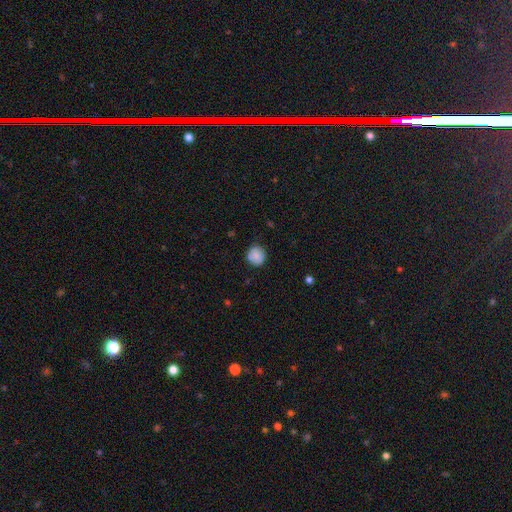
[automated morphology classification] This is clearly a smooth galaxy (83%). How rounded: clearly round (87%). Merging: clearly none (82%).